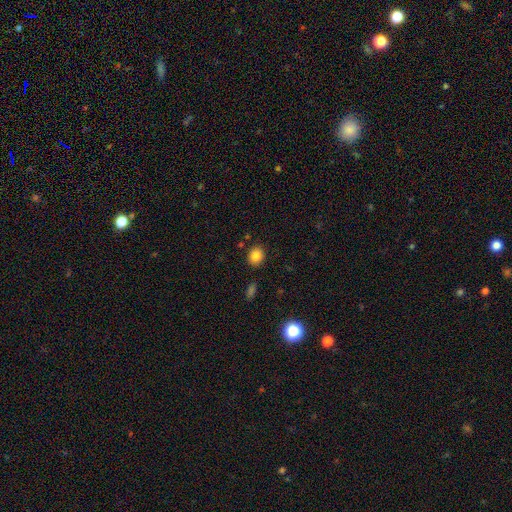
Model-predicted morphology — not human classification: This appears to be a smooth galaxy with no disk features (84%) that is round (63%). Merging: none (86%).